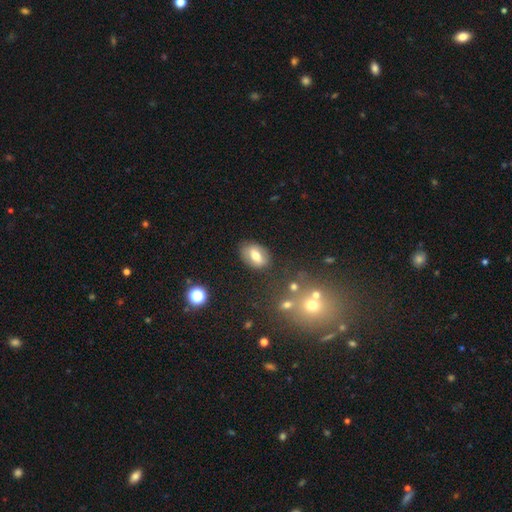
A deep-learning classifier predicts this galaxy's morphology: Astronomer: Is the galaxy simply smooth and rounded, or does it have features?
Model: smooth — 63%.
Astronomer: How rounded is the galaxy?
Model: in between — 84%.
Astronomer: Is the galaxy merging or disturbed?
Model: none — 80%.